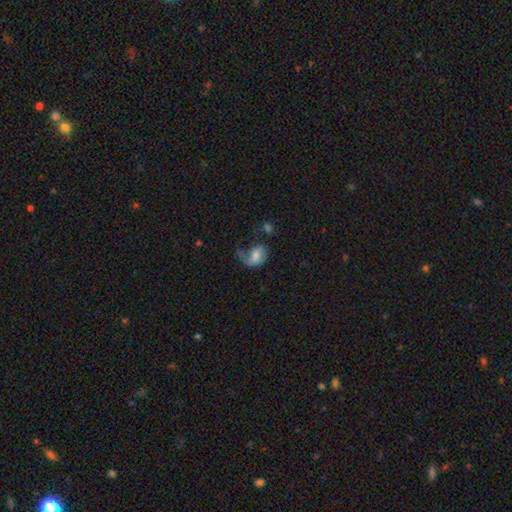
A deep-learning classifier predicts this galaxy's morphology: The model was most divided on "merging": major disturbance: 38%, none: 30%, minor disturbance: 24%, merger: 8%. More confident: how rounded — in between (79%); smooth or featured — smooth (52%).